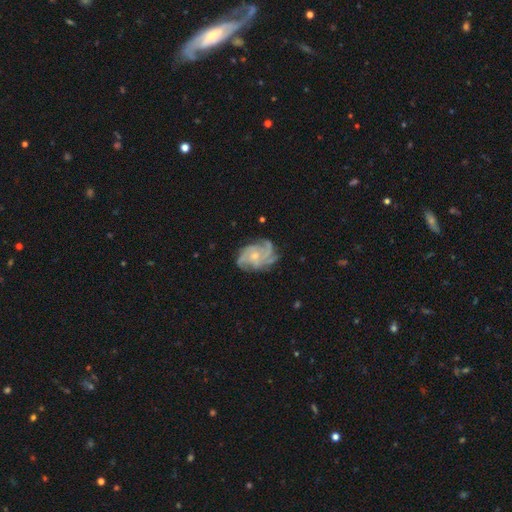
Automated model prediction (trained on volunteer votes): smooth-or-featured: featured or disk: 86% | smooth: 7% | star or artifact: 6%
  disk-edge-on: no: 98% | yes: 2%
    bar: no: 74% | weak: 22% | strong: 4%
    has-spiral-arms: yes: 97% | no: 3%
      spiral-winding: tight: 48% | medium: 41% | loose: 11%
      spiral-arm-count: 4: 31% | 3: 26% | can't tell: 17% | 2: 10% | more than 4: 8% | 1: 7%
    bulge-size: small: 59% | moderate: 36% | none: 2% | large: 1% | dominant: 1%
  merging: none: 72% | minor disturbance: 19% | major disturbance: 8% | merger: 1%